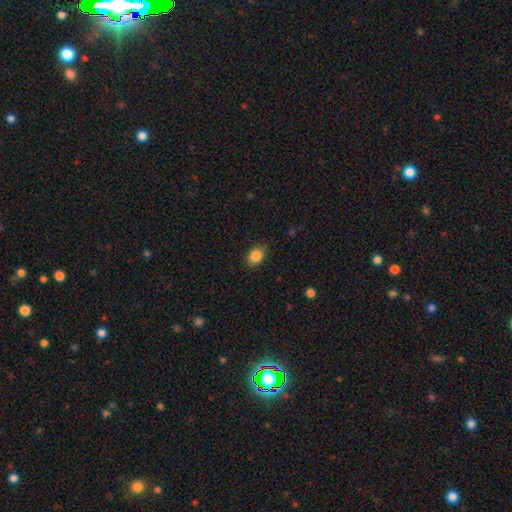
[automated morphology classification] Overall: smooth (85%). How rounded: in between (58%; round 40%). Merging: none (76%).